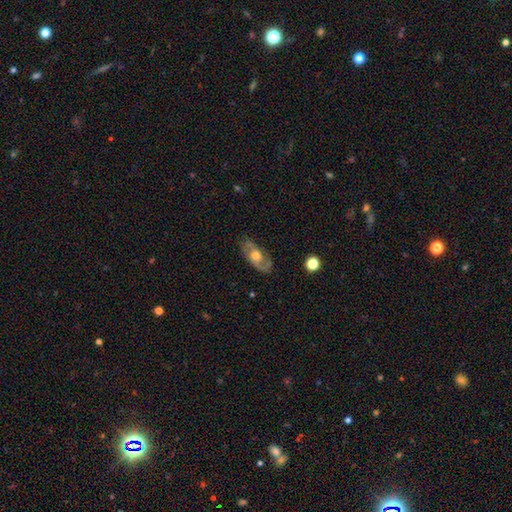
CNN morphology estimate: Smooth or featured? Predicted: featured or disk (p=0.64). Edge-on disk? Predicted: no (p=0.88). Bar? Predicted: no (p=0.75). Spiral arms? Predicted: yes (p=0.72). Bulge size? Predicted: moderate (p=0.62). Merging? Predicted: none (p=0.71).